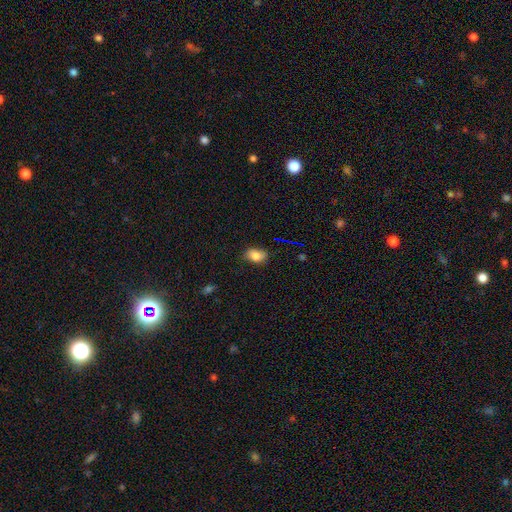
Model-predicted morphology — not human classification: A smooth galaxy with no disk features (81%) that is in between round and cigar-shaped (81%).

Vote fractions:
- Smooth or featured? smooth: 81% / star or artifact: 10% / featured or disk: 9%
- How rounded? in between: 81% / round: 17% / cigar-shaped: 2%
- Merging? none: 76% / minor disturbance: 19% / major disturbance: 4% / merger: 2%